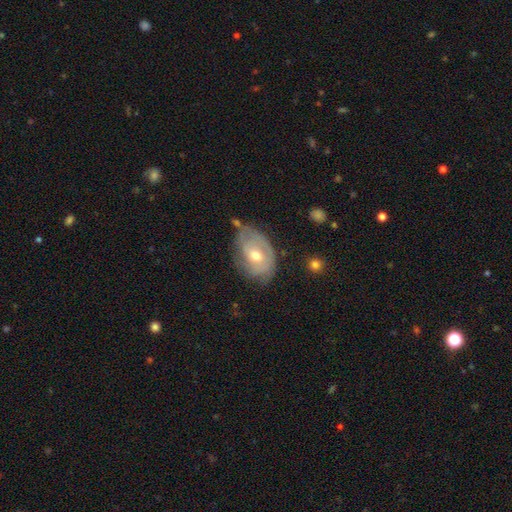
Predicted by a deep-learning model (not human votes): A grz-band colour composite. It shows a featured or disk galaxy (60%) with no bar (65%), spiral arms (66%) and a moderate central bulge (68%). Merging: none (49%).